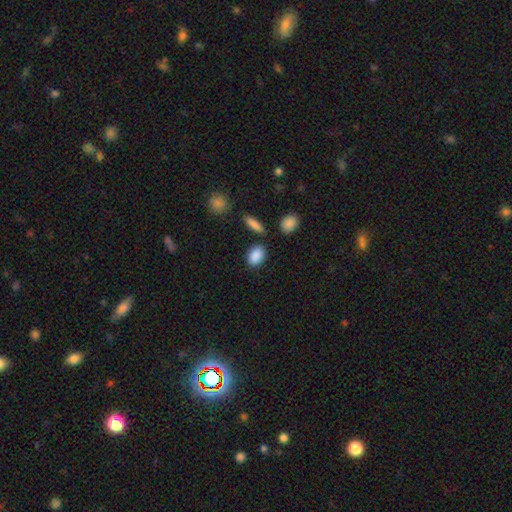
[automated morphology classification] smooth_or_featured: smooth (p=0.88) [alt: star or artifact p=0.07]
how_rounded: in between (p=0.84) [alt: round p=0.14]
merging: none (p=0.79) [alt: minor disturbance p=0.12]